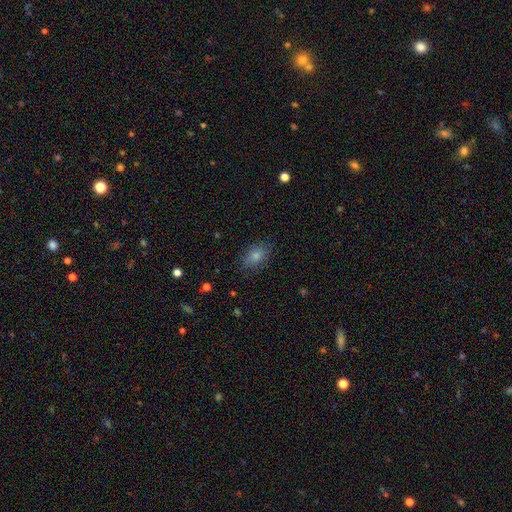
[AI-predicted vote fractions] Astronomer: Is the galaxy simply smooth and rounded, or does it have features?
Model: smooth — 69%.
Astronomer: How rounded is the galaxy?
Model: in between — 77%.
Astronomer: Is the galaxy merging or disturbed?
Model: none — 83%.